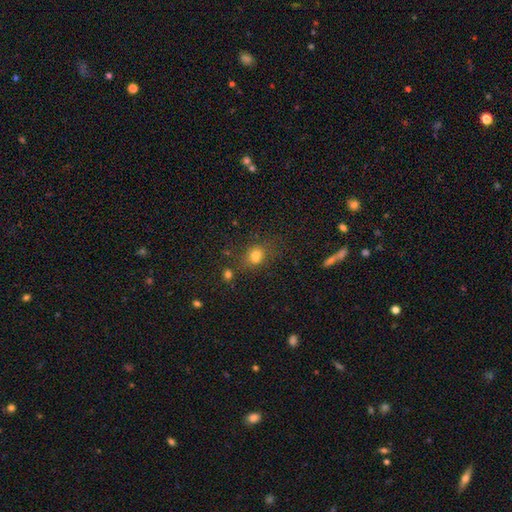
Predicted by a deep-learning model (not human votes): Overall: smooth (75%). How rounded: in between (53%; round 45%). Merging: none (59%; minor disturbance 19%).